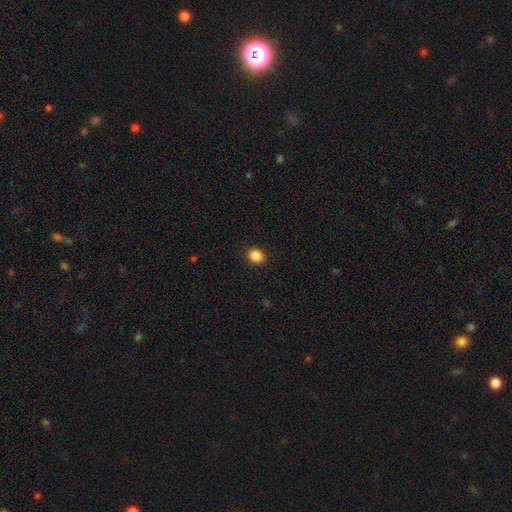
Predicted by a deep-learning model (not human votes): Smooth or featured? Predicted: smooth (p=0.87). How rounded? Predicted: round (p=0.61). Merging? Predicted: none (p=0.91).